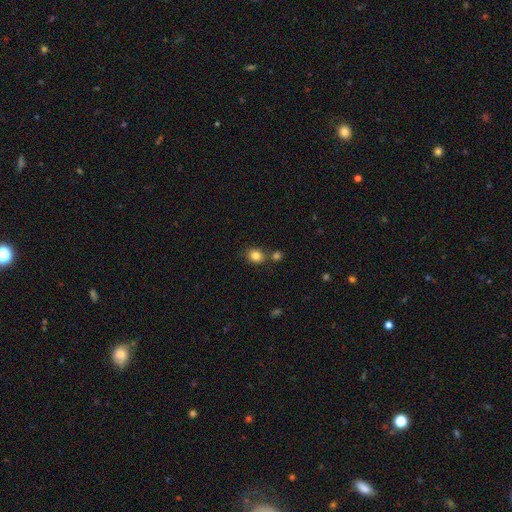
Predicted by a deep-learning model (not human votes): Morphology: type=smooth (83%); roundness=round (60%); merging=none (71%).